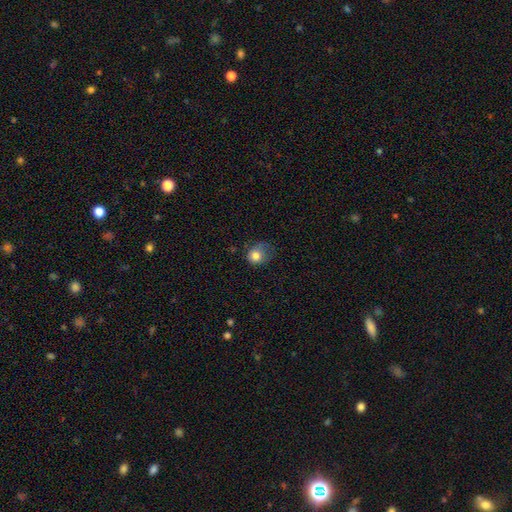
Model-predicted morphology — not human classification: This appears to be a smooth galaxy with no disk features (79%) that is round (64%). Merging: minor disturbance (37%).